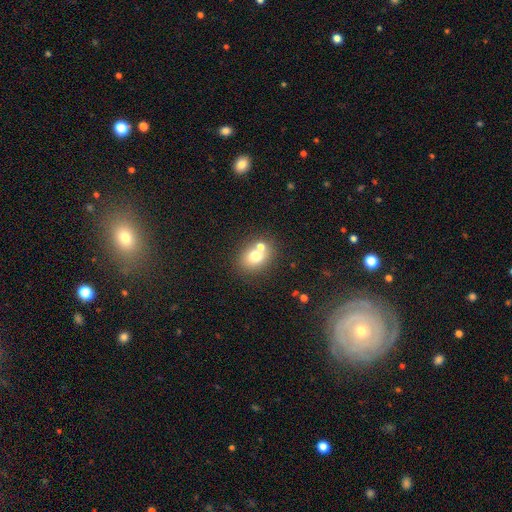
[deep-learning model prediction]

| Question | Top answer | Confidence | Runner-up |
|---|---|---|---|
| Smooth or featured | smooth | 71% | featured or disk (17%) |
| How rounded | round | 54% | in between (45%) |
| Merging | none | 54% | merger (33%) |